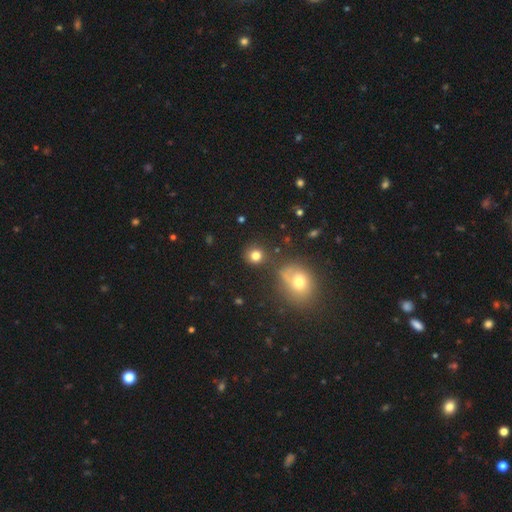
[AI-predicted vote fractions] smooth-or-featured: smooth: 80% | star or artifact: 13% | featured or disk: 7%
  how-rounded: round: 85% | in between: 14% | cigar-shaped: 1%
  merging: none: 77% | minor disturbance: 10% | merger: 9% | major disturbance: 4%